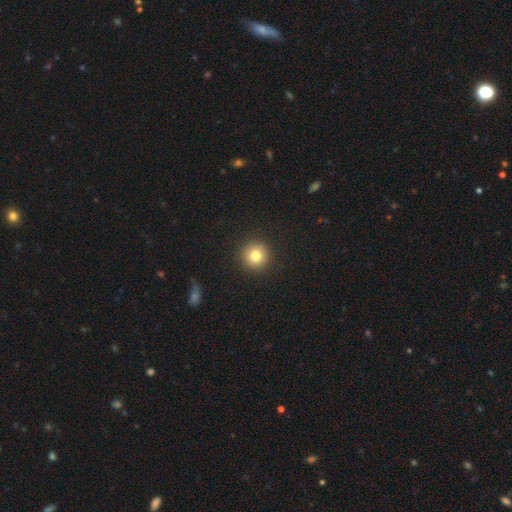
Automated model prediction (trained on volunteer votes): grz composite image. It shows a smooth galaxy with no disk features (80%) that is round (95%). Merging: none (92%).